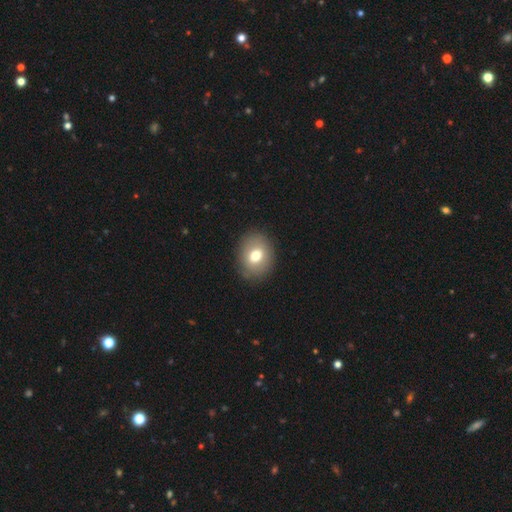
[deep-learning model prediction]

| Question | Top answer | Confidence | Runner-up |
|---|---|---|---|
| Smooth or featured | smooth | 72% | featured or disk (19%) |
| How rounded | round | 52% | in between (47%) |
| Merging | none | 86% | minor disturbance (10%) |